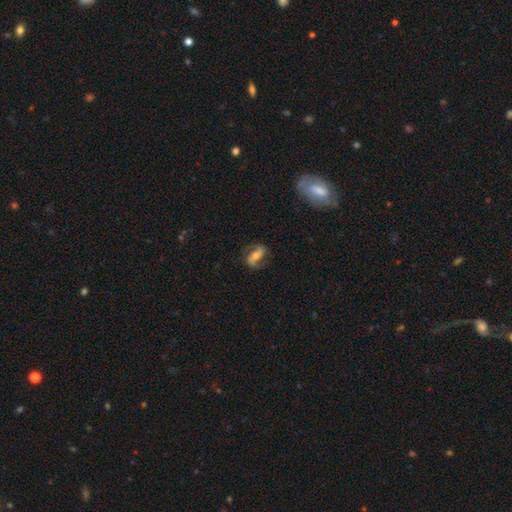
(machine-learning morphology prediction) smooth-or-featured: featured or disk: 69% | smooth: 24% | star or artifact: 7%
  disk-edge-on: no: 93% | yes: 7%
    bar: strong: 48% | weak: 27% | no: 24%
    has-spiral-arms: yes: 87% | no: 13%
      spiral-winding: loose: 42% | medium: 40% | tight: 18%
      spiral-arm-count: 2: 89% | can't tell: 5% | 1: 3% | 3: 1% | 4: 1% | more than 4: 1%
    bulge-size: moderate: 55% | small: 36% | large: 5% | none: 2% | dominant: 1%
  merging: none: 75% | minor disturbance: 16% | major disturbance: 8% | merger: 1%